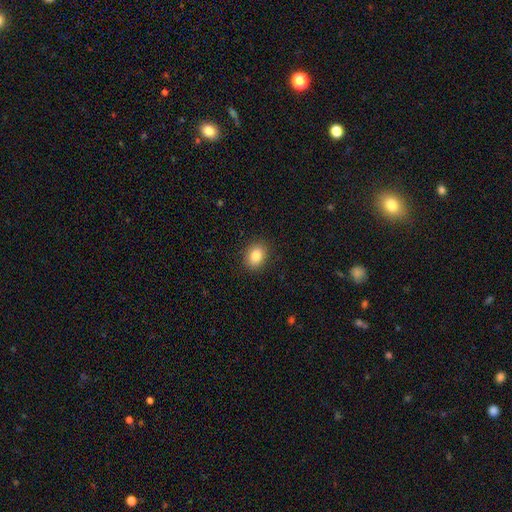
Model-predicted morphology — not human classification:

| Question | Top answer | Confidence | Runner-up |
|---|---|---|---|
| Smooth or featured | smooth | 84% | star or artifact (9%) |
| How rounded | in between | 53% | round (46%) |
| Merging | none | 89% | minor disturbance (8%) |